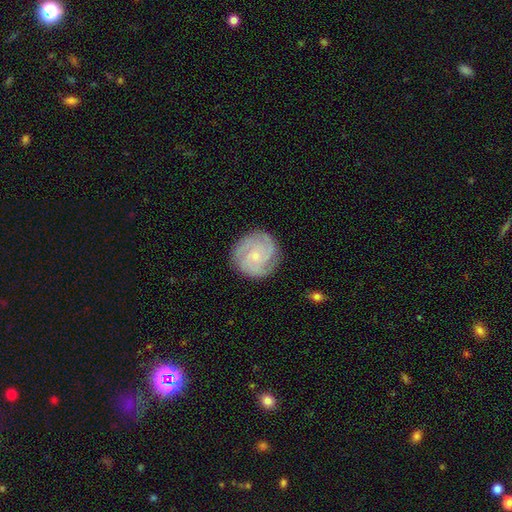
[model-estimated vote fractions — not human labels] This appears to be a featured or disk galaxy (80%) with no bar (77%), 3 (44%) tight (67%) spiral arms (97%) and a small central bulge (77%). Merging: none (83%).